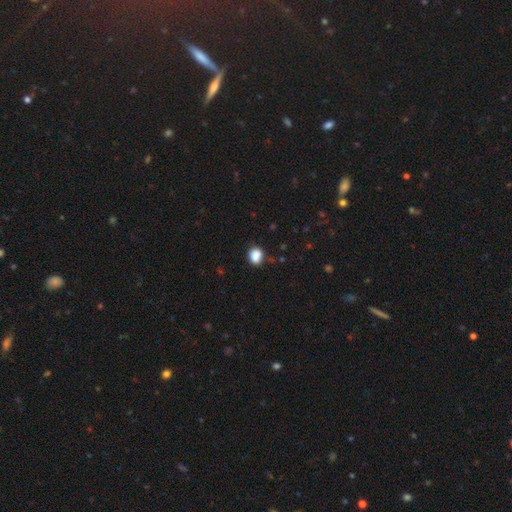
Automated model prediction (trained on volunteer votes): Smooth or featured?
  - smooth: 87% *
  - star or artifact: 9%
  - featured or disk: 4%
How rounded?
  - round: 55% *
  - in between: 44%
  - cigar-shaped: 1%
Merging?
  - none: 75% *
  - minor disturbance: 18%
  - major disturbance: 4%
  - merger: 3%